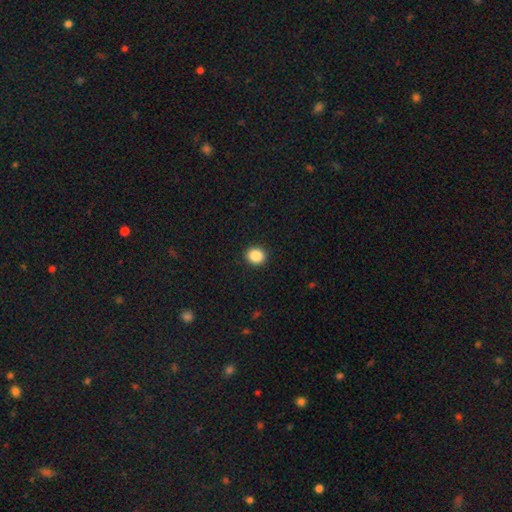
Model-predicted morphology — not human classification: This appears to be a smooth galaxy with no disk features (87%) that is round (81%). Merging: none (92%).